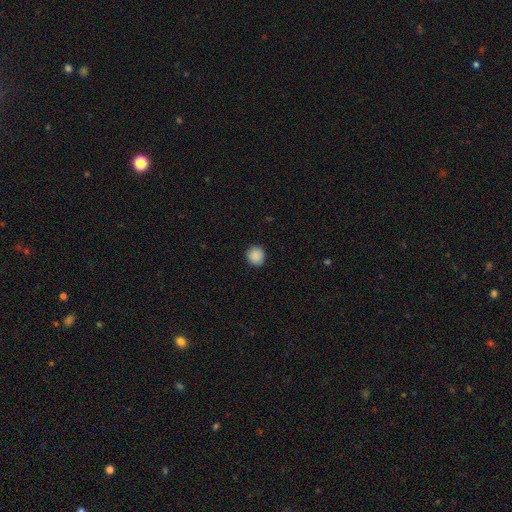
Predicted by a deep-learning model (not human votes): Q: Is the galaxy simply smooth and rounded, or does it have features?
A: smooth — 89%.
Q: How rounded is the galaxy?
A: round — 86%.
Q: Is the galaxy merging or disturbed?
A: none — 90%.